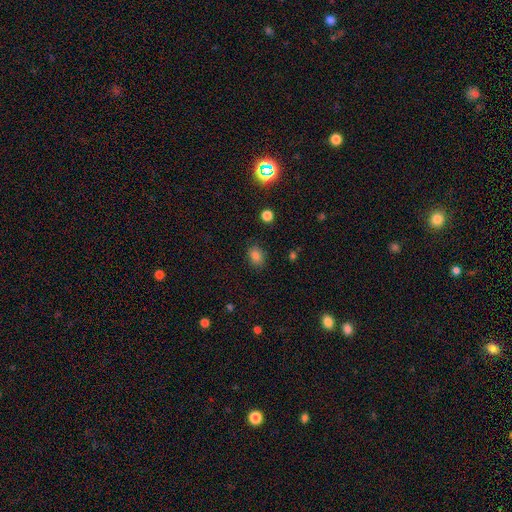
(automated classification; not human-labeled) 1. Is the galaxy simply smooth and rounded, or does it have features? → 82% smooth, 12% star or artifact, 5% featured or disk.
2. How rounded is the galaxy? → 70% in between, 29% round, 1% cigar-shaped.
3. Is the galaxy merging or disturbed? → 83% none, 12% minor disturbance, 3% major disturbance, 1% merger.